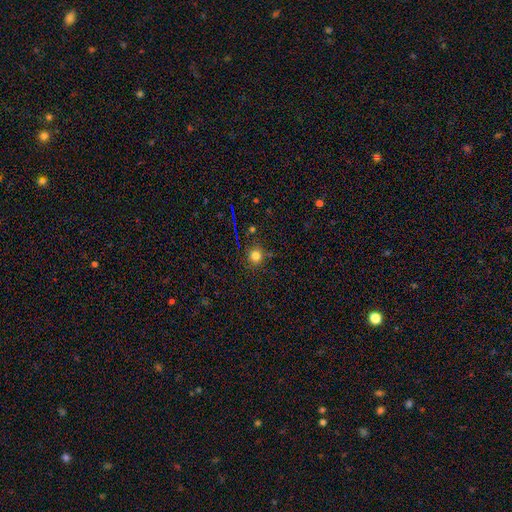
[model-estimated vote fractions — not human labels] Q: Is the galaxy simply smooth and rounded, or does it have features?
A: smooth — 77%.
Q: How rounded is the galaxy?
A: round — 92%.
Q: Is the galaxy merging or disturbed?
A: none — 82%.